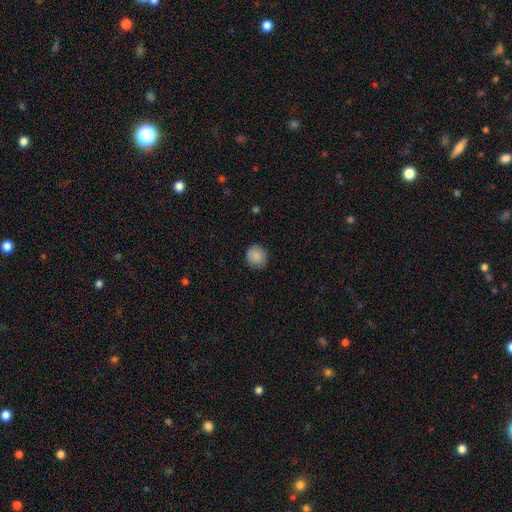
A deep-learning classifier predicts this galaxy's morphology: smooth-or-featured: smooth: 88% | star or artifact: 8% | featured or disk: 5%
  how-rounded: round: 88% | in between: 11% | cigar-shaped: 1%
  merging: none: 85% | minor disturbance: 11% | major disturbance: 2% | merger: 1%